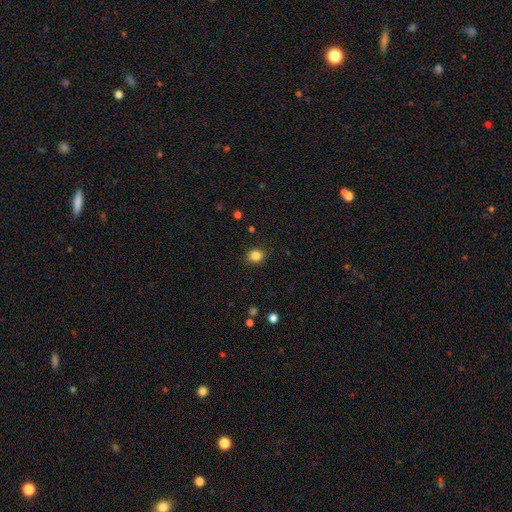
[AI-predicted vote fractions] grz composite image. It shows a smooth galaxy with no disk features (84%) that is round (72%). Merging: none (88%).